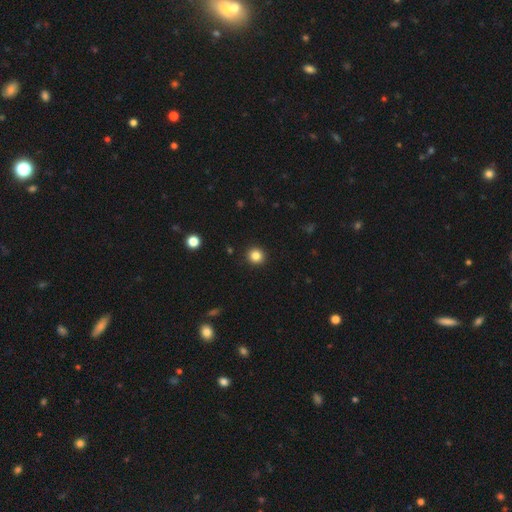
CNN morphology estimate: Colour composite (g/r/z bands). It shows a smooth galaxy with no disk features (84%) that is round (93%). Merging: none (93%).